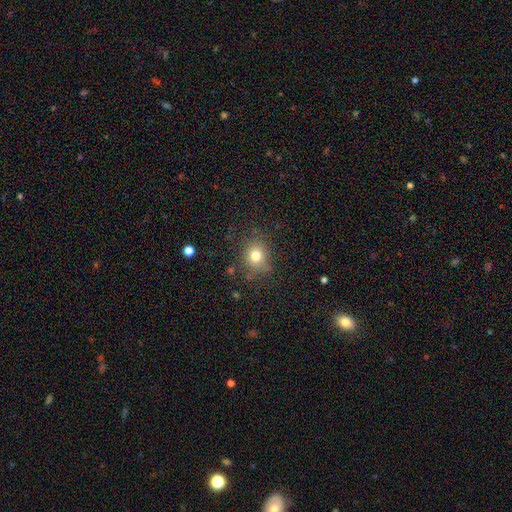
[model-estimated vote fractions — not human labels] Overall: smooth (77%). How rounded: round (73%). Merging: none (80%).